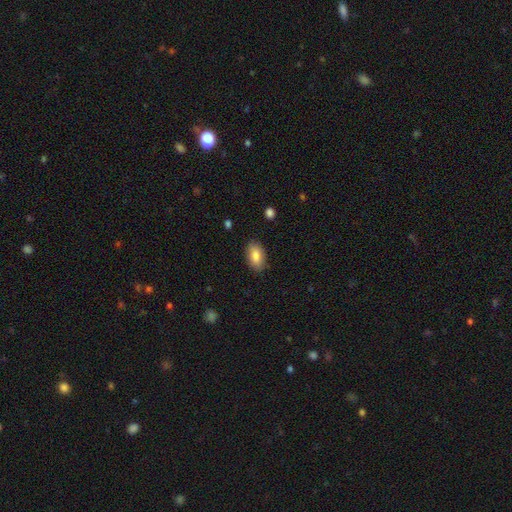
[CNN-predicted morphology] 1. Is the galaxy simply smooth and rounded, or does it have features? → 84% smooth, 10% featured or disk, 7% star or artifact.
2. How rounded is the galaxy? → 92% in between, 6% round, 2% cigar-shaped.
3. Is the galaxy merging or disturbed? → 87% none, 10% minor disturbance, 2% major disturbance, 1% merger.